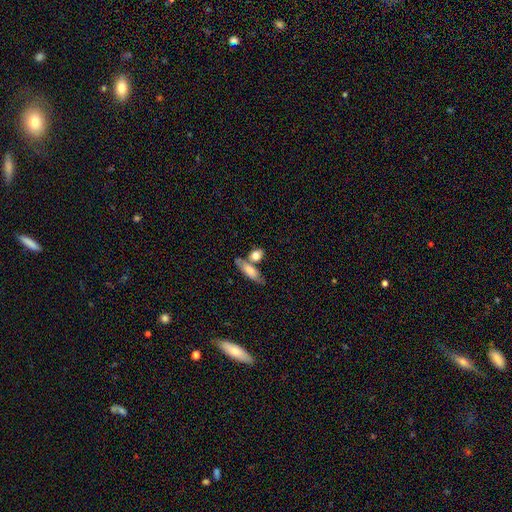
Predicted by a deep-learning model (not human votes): smooth_or_featured: smooth (p=0.77) [alt: featured or disk p=0.15]
how_rounded: in between (p=0.59) [alt: round p=0.28]
merging: none (p=0.50) [alt: merger p=0.33]